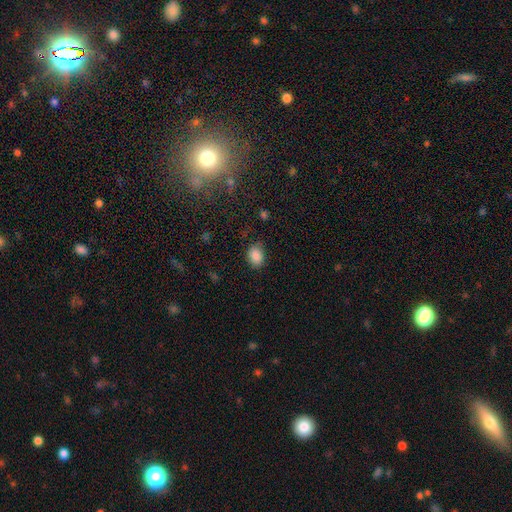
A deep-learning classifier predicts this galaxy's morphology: This is clearly a smooth galaxy (86%). How rounded: likely in between (66%). Merging: likely none (74%).